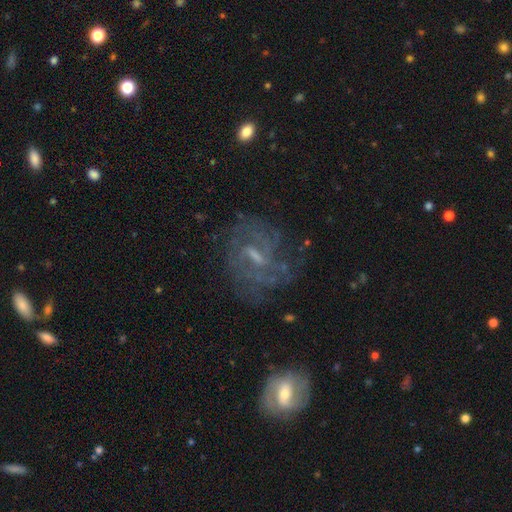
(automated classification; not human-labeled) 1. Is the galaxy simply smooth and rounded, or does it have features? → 74% featured or disk, 13% smooth, 12% star or artifact.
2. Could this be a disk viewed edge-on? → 95% no, 5% yes.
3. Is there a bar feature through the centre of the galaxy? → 55% weak, 28% strong, 17% no.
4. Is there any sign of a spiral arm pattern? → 81% yes, 19% no.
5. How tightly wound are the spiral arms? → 41% medium, 40% tight, 19% loose.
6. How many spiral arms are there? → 45% can't tell, 27% 2, 12% 3, 6% 4, 5% 1, 4% more than 4.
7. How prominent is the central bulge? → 40% small, 34% moderate, 23% none, 3% large, 1% dominant.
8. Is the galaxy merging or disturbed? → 64% none, 18% minor disturbance, 15% major disturbance, 3% merger.